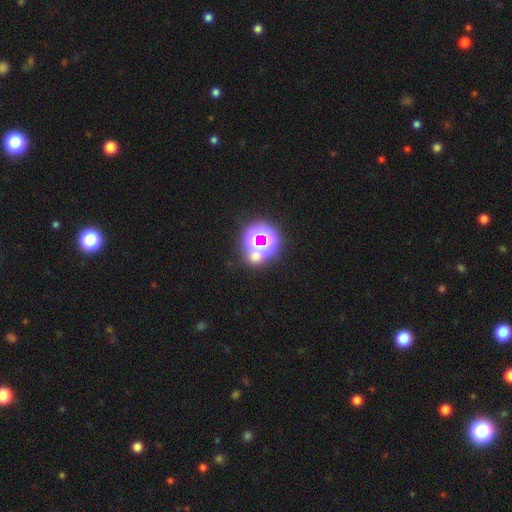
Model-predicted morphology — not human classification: Smooth or featured? star or artifact (56%)